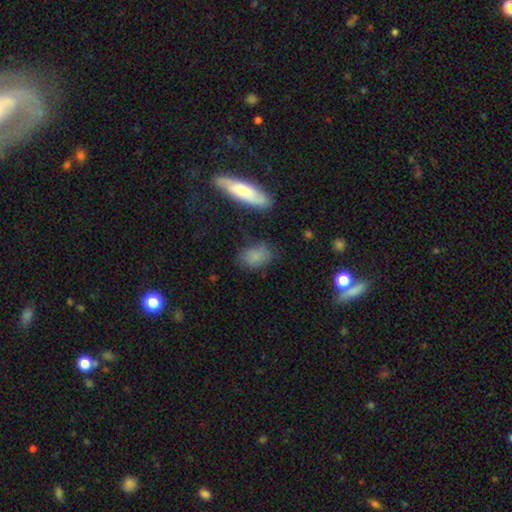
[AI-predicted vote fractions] smooth-or-featured: smooth: 81% | star or artifact: 9% | featured or disk: 9%
  how-rounded: in between: 80% | round: 16% | cigar-shaped: 4%
  merging: none: 70% | minor disturbance: 20% | major disturbance: 6% | merger: 4%